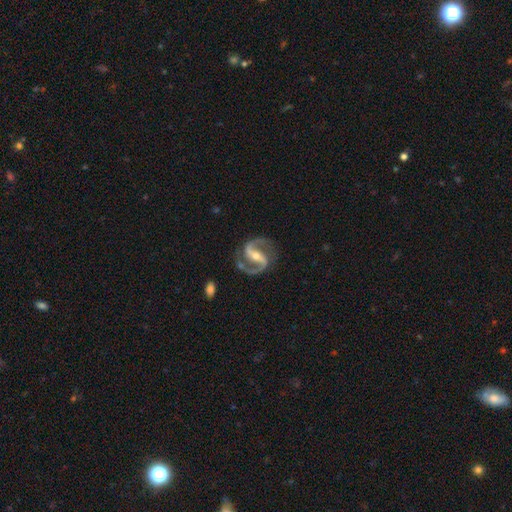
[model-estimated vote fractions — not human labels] smooth-or-featured: featured or disk: 93% | star or artifact: 4% | smooth: 3%
  disk-edge-on: no: 98% | yes: 2%
    bar: strong: 65% | weak: 24% | no: 11%
    has-spiral-arms: yes: 98% | no: 2%
      spiral-winding: medium: 64% | loose: 18% | tight: 18%
      spiral-arm-count: 2: 94% | 1: 1% | can't tell: 1% | 3: 1% | 4: 1% | more than 4: 1%
    bulge-size: moderate: 48% | small: 46% | large: 3% | none: 2% | dominant: 1%
  merging: none: 82% | minor disturbance: 11% | major disturbance: 4% | merger: 2%